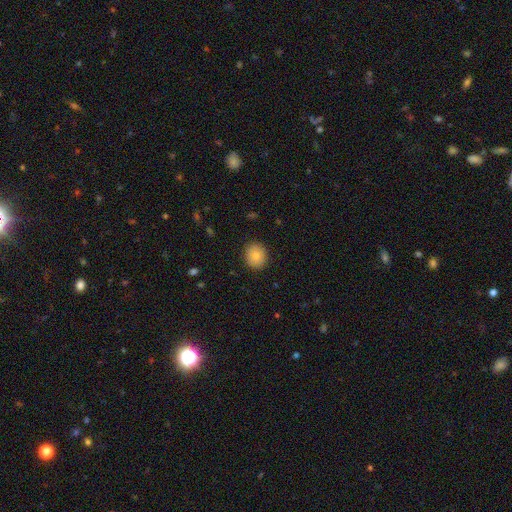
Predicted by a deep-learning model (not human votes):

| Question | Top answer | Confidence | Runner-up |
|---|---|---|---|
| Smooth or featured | smooth | 83% | star or artifact (9%) |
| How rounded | round | 77% | in between (23%) |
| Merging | none | 89% | minor disturbance (8%) |